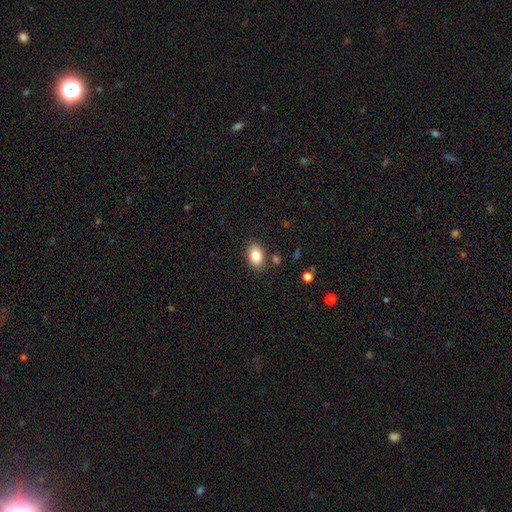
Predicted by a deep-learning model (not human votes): Overall: smooth (84%). How rounded: in between (84%). Merging: none (84%).